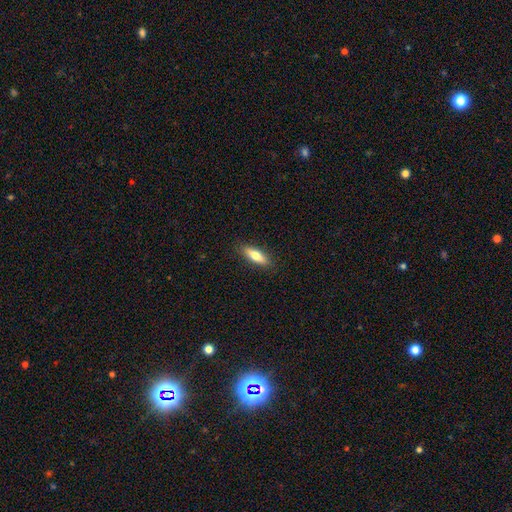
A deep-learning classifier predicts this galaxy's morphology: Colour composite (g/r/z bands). It shows a smooth galaxy with no disk features (68%) that is cigar-shaped (50%). Merging: none (88%).